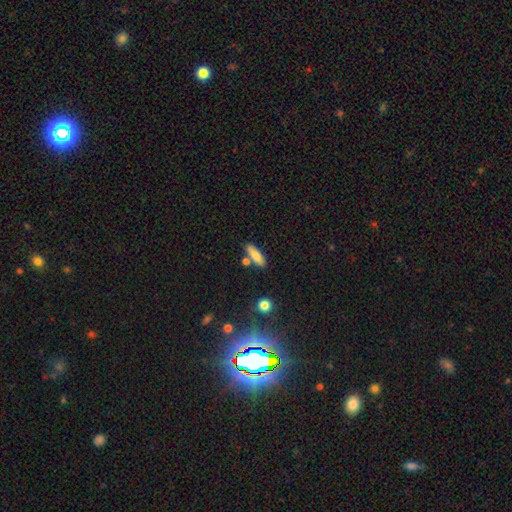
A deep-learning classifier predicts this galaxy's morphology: The model was most divided on "how rounded": in between: 53%, cigar-shaped: 44%, round: 3%. More confident: smooth or featured — smooth (81%); merging — none (71%).